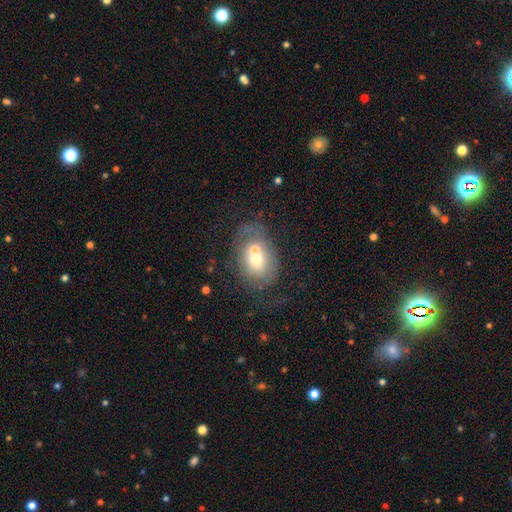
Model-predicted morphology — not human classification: This is possibly a smooth galaxy (52%). How rounded: possibly in between (59%). Merging: possibly merger (46%).